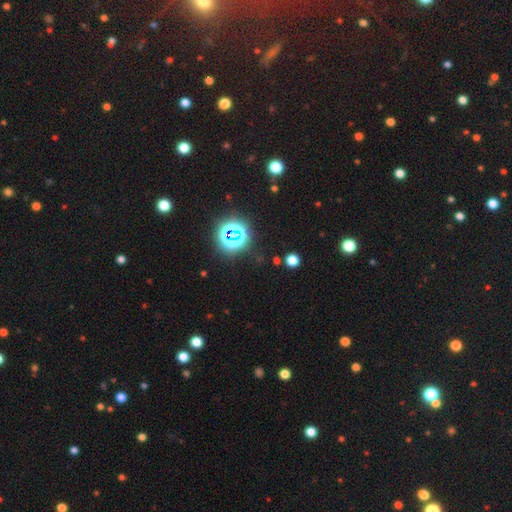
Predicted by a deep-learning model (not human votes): Overall: star or artifact (77%).